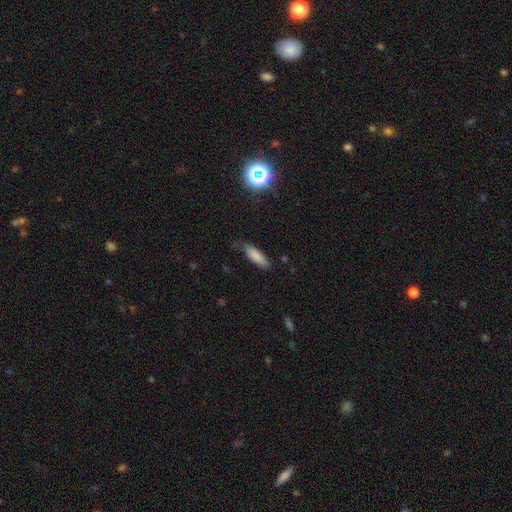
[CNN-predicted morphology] type=smooth (82%); roundness=cigar-shaped (52%); merging=none (67%).